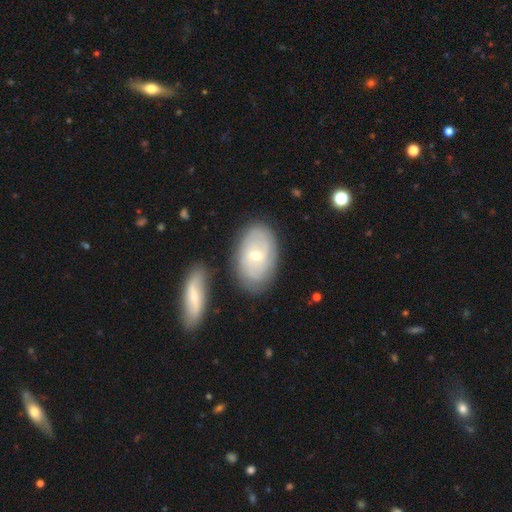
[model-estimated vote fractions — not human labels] A featured or disk galaxy (60%) with no bar (51%), spiral arms (66%) and a small central bulge (52%). Merging: none (76%).